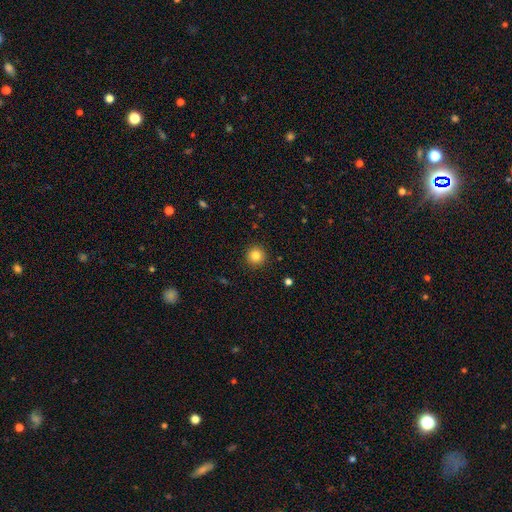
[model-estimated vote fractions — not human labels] Smooth or featured? Predicted: smooth (p=0.84). How rounded? Predicted: round (p=0.95). Merging? Predicted: none (p=0.92).